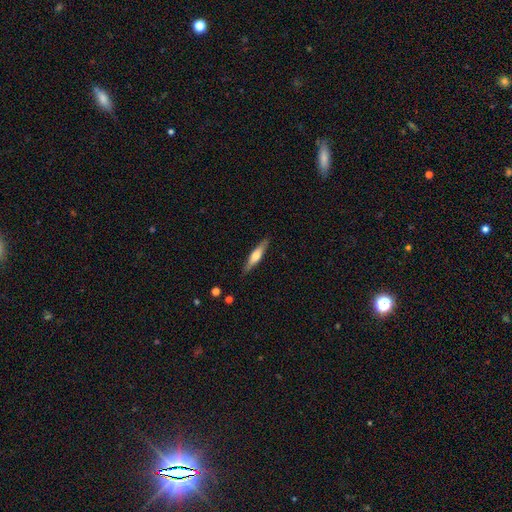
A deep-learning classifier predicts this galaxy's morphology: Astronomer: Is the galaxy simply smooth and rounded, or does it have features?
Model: featured or disk — 50% (runner-up: smooth, 44%).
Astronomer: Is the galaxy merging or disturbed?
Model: none — 88%.